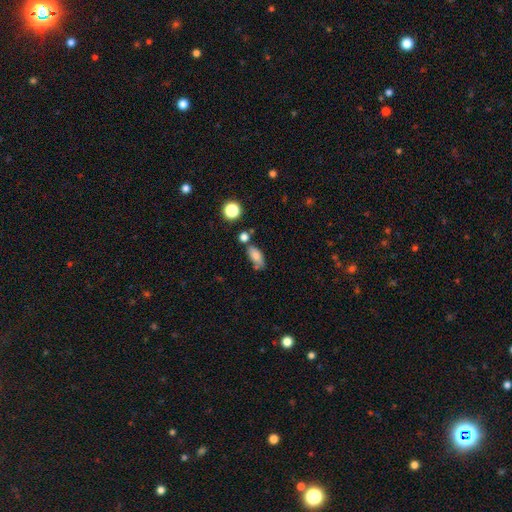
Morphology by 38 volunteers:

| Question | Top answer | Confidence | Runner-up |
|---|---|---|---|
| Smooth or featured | smooth | 82% | featured or disk (11%) |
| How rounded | in between | 90% | round (6%) |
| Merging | none | 57% | minor disturbance (26%) |